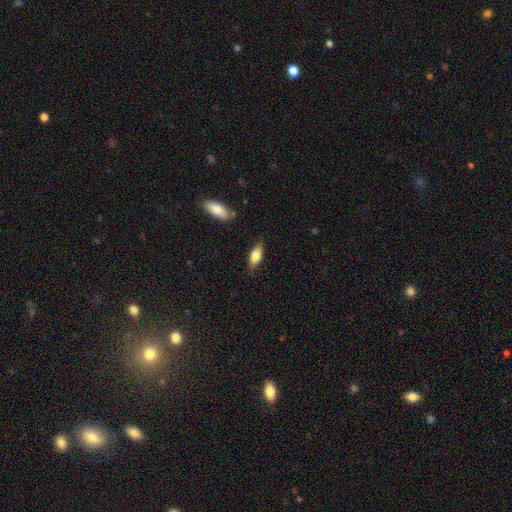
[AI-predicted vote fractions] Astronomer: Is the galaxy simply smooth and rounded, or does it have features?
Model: smooth — 67%.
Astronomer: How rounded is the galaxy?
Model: in between — 76%.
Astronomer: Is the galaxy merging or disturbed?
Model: none — 78%.